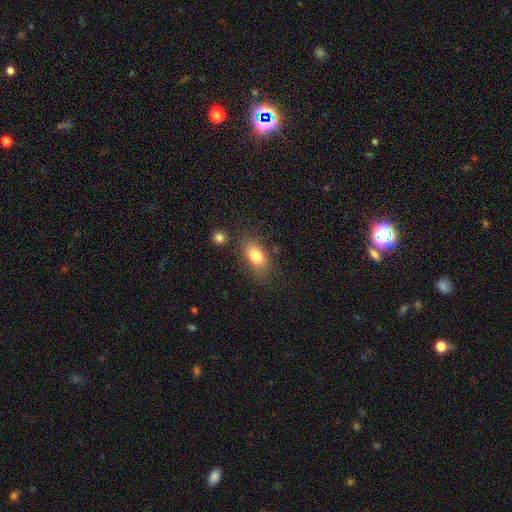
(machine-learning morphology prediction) This is clearly a smooth galaxy (81%). How rounded: clearly in between (86%). Merging: likely none (75%).